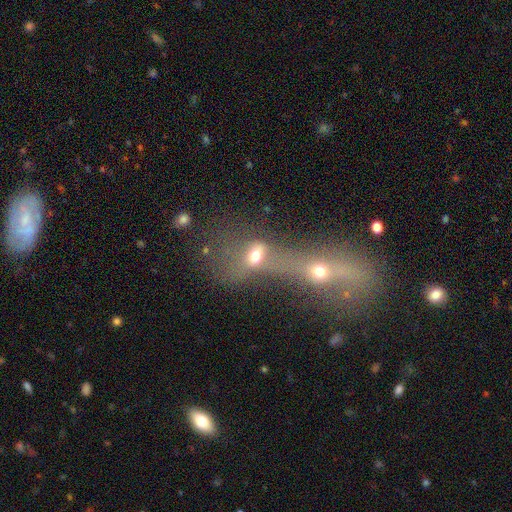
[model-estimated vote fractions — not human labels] A smooth galaxy with no disk features (57%) that is in between round and cigar-shaped (57%).

Vote fractions:
- Smooth or featured? smooth: 57% / featured or disk: 24% / star or artifact: 19%
- How rounded? in between: 57% / round: 35% / cigar-shaped: 8%
- Merging? merger: 67% / none: 14% / major disturbance: 13% / minor disturbance: 6%